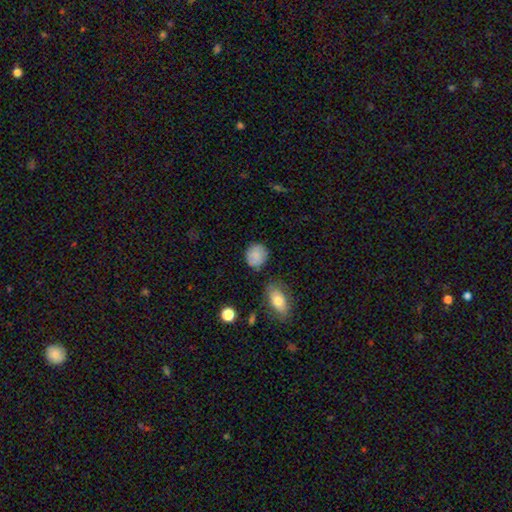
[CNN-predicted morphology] This is clearly a smooth galaxy (85%). How rounded: likely round (78%). Merging: likely none (78%).